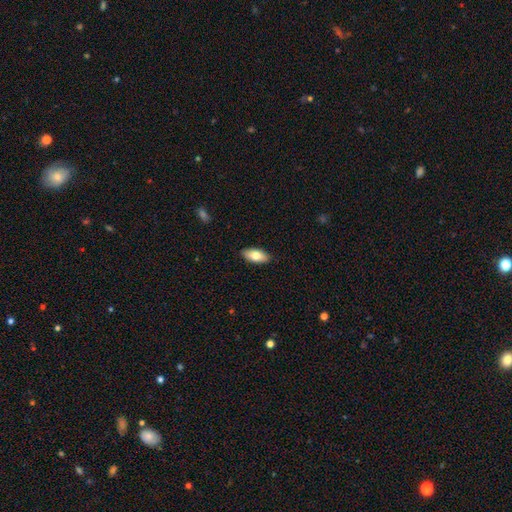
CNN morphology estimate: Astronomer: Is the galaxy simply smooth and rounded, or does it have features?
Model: smooth — 77%.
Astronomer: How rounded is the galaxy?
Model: in between — 89%.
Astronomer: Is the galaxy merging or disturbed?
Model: none — 89%.